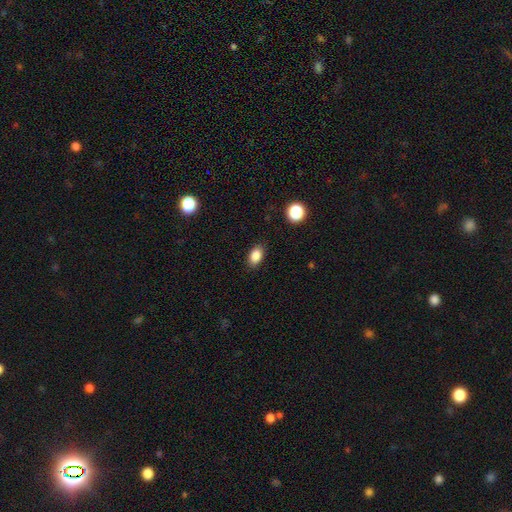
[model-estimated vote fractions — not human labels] smooth-or-featured: smooth: 86% | star or artifact: 9% | featured or disk: 4%
  how-rounded: in between: 87% | round: 12% | cigar-shaped: 2%
  merging: none: 88% | minor disturbance: 9% | major disturbance: 2% | merger: 1%